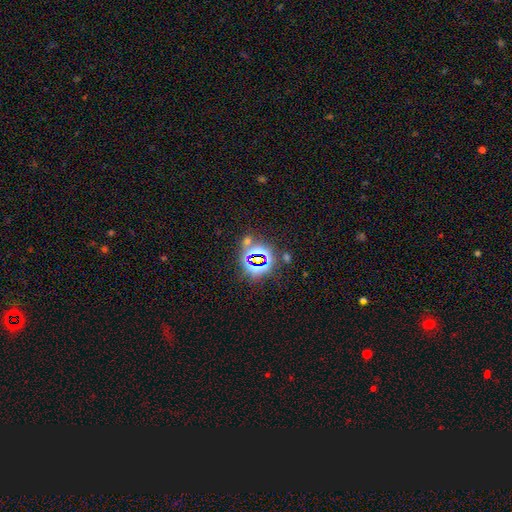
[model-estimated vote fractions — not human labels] This appears to be a star or artifact, not a galaxy (77%).